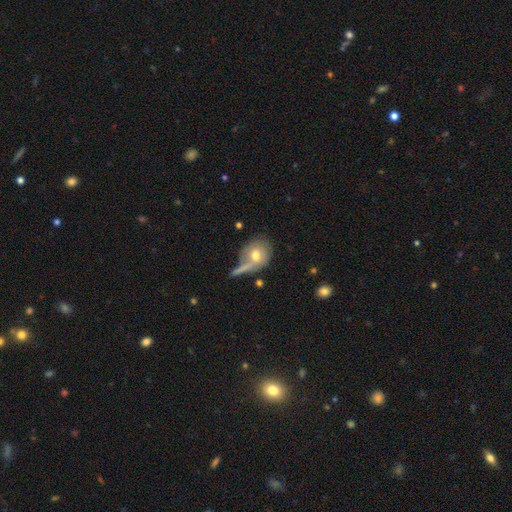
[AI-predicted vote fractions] This appears to be a smooth galaxy with no disk features (60%) that is round (63%). Merging: none (40%).